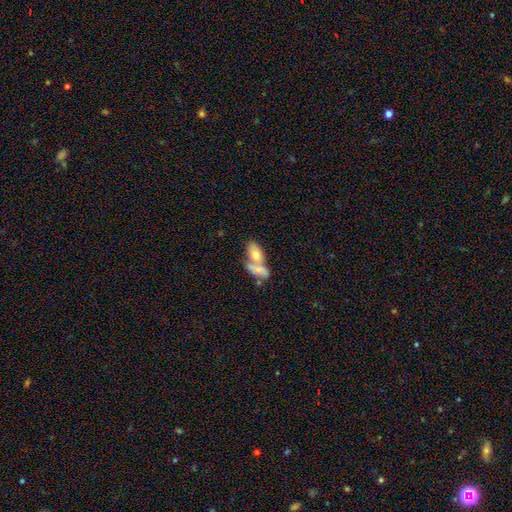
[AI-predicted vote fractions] smooth_or_featured: smooth (p=0.52) [alt: featured or disk p=0.36]
how_rounded: in between (p=0.74) [alt: cigar-shaped p=0.15]
merging: merger (p=0.55) [alt: none p=0.27]